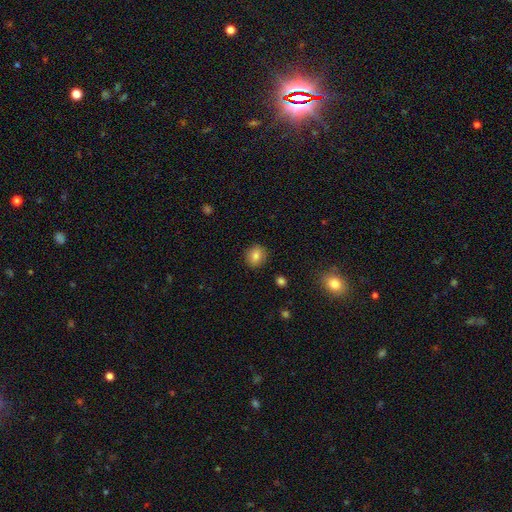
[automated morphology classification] Smooth or featured: smooth — 82% (star or artifact — 10%)
How rounded: round — 75% (in between — 24%)
Merging: none — 89% (minor disturbance — 7%)